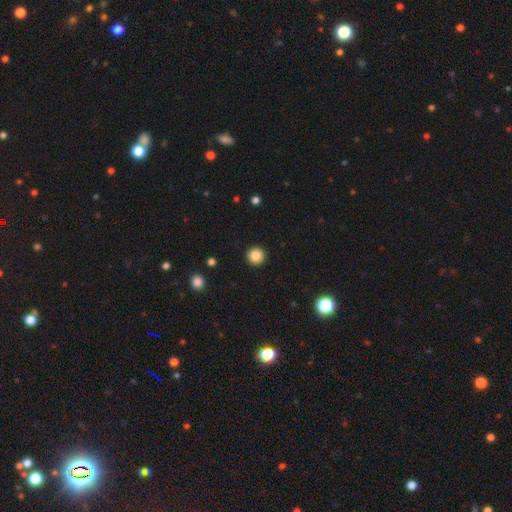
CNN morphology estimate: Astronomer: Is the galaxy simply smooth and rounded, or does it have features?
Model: smooth — 85%.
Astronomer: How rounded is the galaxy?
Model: round — 96%.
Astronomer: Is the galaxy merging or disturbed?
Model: none — 93%.